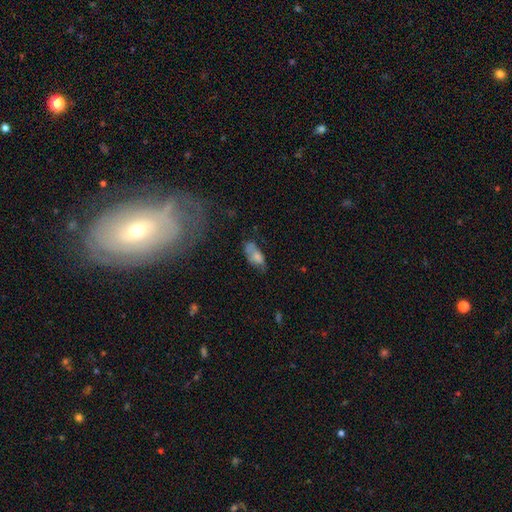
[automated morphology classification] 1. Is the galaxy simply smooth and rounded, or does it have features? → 66% smooth, 25% featured or disk, 9% star or artifact.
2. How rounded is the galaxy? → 88% in between, 8% cigar-shaped, 4% round.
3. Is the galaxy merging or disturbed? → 44% none, 33% minor disturbance, 17% major disturbance, 6% merger.